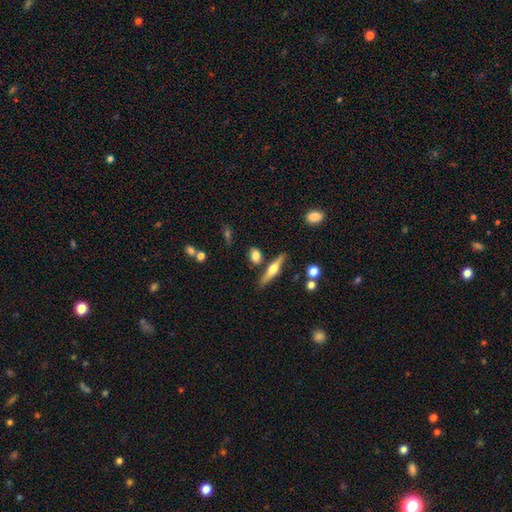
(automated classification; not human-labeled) Q: Smooth or featured?
A: smooth (55%); runner-up: featured or disk (37%)
Q: How rounded?
A: in between (48%); runner-up: cigar-shaped (35%)
Q: Merging?
A: none (75%); runner-up: minor disturbance (12%)